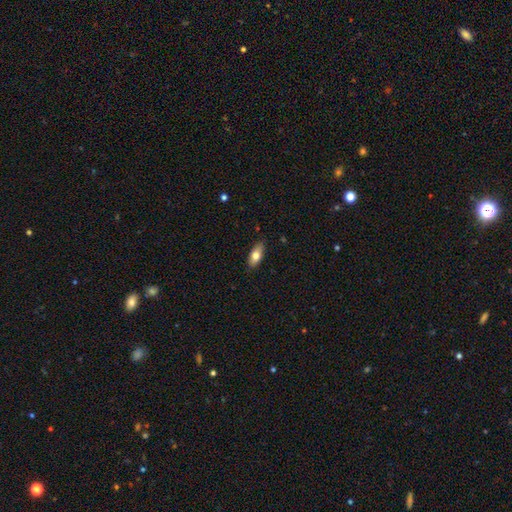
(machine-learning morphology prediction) This is likely a smooth galaxy (74%). How rounded: clearly in between (81%). Merging: clearly none (87%).